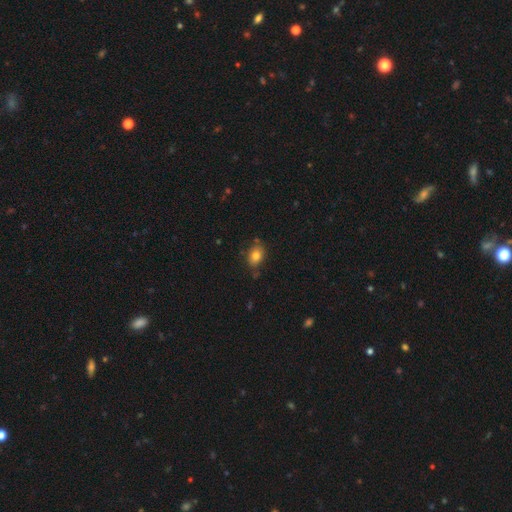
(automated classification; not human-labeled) Smooth or featured?
  - smooth: 80% *
  - star or artifact: 10%
  - featured or disk: 10%
How rounded?
  - in between: 71% *
  - round: 27%
  - cigar-shaped: 1%
Merging?
  - none: 74% *
  - minor disturbance: 18%
  - merger: 5%
  - major disturbance: 4%